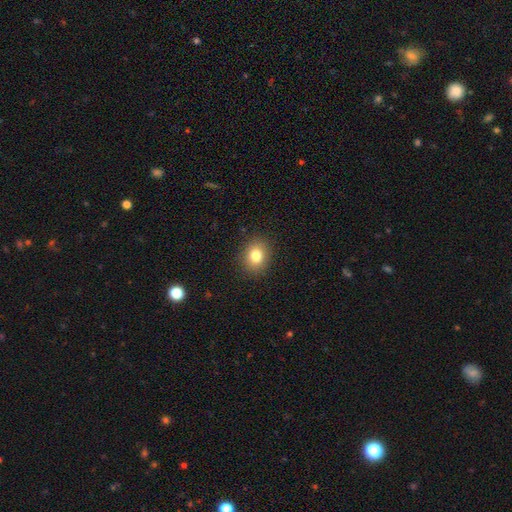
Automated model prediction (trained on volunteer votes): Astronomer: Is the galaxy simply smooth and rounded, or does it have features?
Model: smooth — 81%.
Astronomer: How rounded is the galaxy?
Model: round — 55% (runner-up: in between, 44%).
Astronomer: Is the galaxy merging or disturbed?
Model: none — 89%.